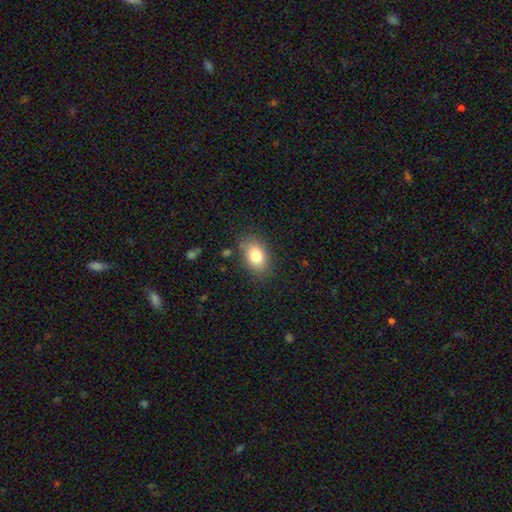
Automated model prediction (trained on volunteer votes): Smooth or featured?
  - smooth: 81% *
  - featured or disk: 10%
  - star or artifact: 9%
How rounded?
  - in between: 81% *
  - round: 17%
  - cigar-shaped: 1%
Merging?
  - none: 81% *
  - minor disturbance: 14%
  - major disturbance: 4%
  - merger: 2%